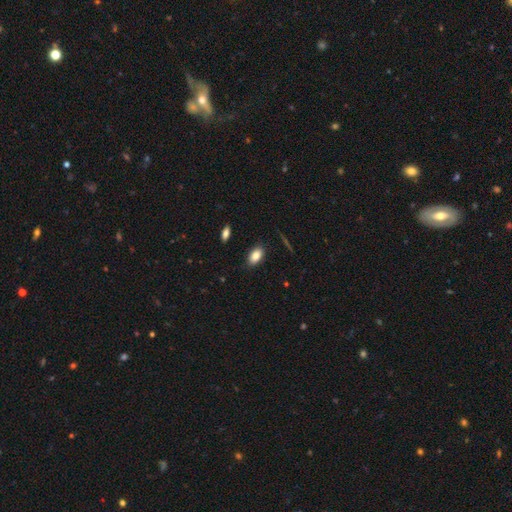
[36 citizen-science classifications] A smooth galaxy with no disk features (92%) that is in between round and cigar-shaped (88%). Merging: none (82%).